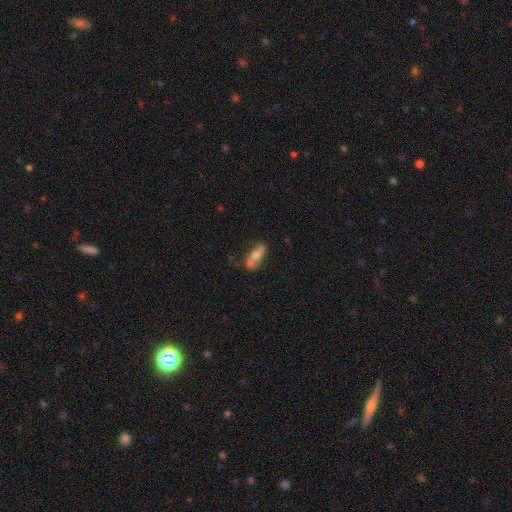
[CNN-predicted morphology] A smooth galaxy with no disk features (50%) that is in between round and cigar-shaped (55%).

Vote fractions:
- Smooth or featured? smooth: 50% / featured or disk: 43% / star or artifact: 7%
- How rounded? in between: 55% / cigar-shaped: 42% / round: 4%
- Merging? none: 59% / minor disturbance: 22% / merger: 12% / major disturbance: 8%